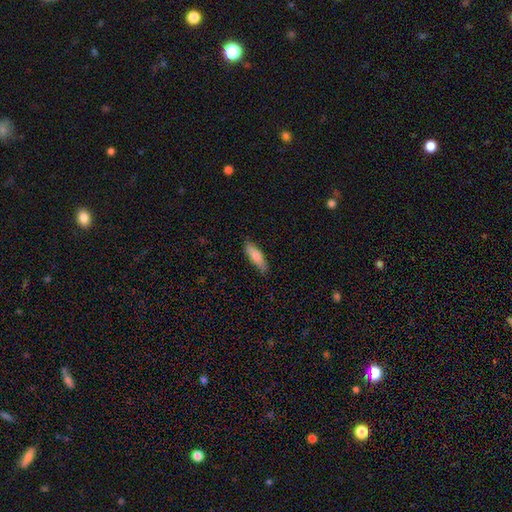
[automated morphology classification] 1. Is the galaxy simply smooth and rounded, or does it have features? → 81% smooth, 13% featured or disk, 6% star or artifact.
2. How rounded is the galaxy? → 56% cigar-shaped, 42% in between, 2% round.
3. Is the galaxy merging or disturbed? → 81% none, 15% minor disturbance, 3% major disturbance, 1% merger.